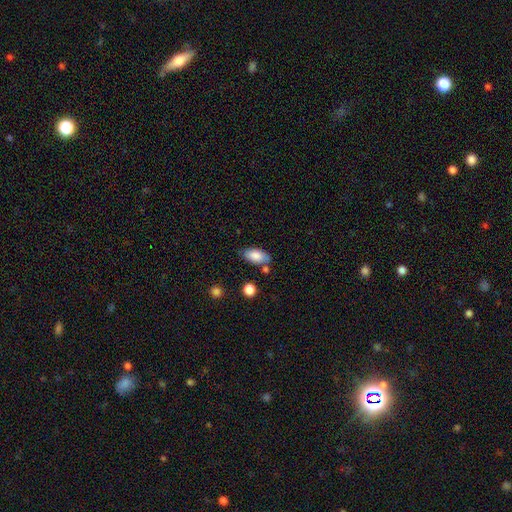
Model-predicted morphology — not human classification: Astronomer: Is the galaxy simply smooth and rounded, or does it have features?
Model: smooth — 84%.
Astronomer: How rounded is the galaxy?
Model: in between — 91%.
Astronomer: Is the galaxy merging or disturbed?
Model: none — 70%.